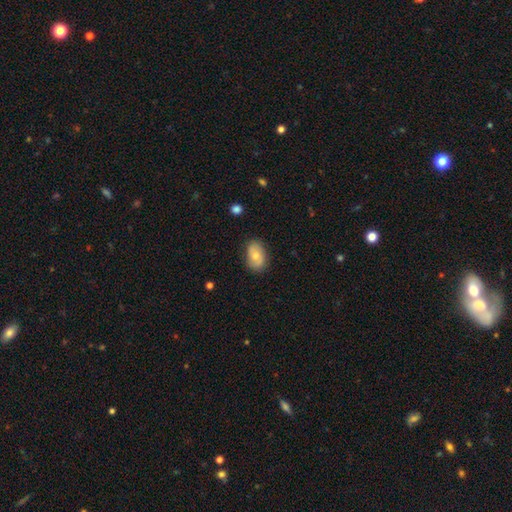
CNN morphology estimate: Smooth or featured? smooth (69%)
How rounded? in between (88%)
Merging? none (80%)